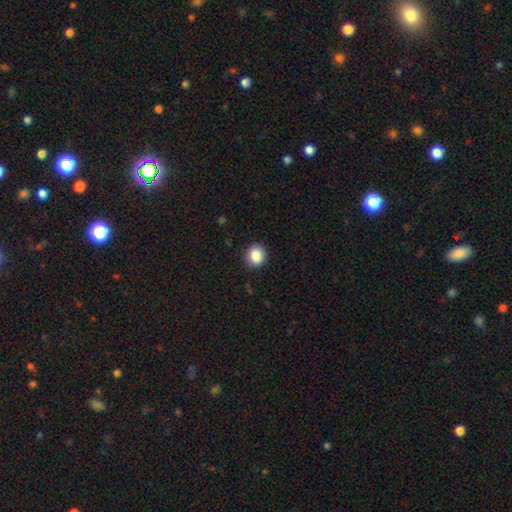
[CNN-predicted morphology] Smooth or featured?
  - smooth: 87% *
  - star or artifact: 9%
  - featured or disk: 4%
How rounded?
  - round: 80% *
  - in between: 19%
  - cigar-shaped: 1%
Merging?
  - none: 90% *
  - minor disturbance: 7%
  - major disturbance: 2%
  - merger: 1%